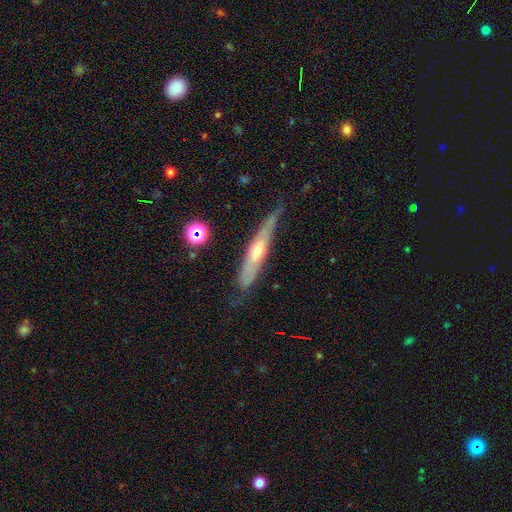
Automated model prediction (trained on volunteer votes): smooth-or-featured: featured or disk: 66% | smooth: 26% | star or artifact: 7%
  disk-edge-on: yes: 79% | no: 21%
    edge-on-bulge: rounded: 78% | none: 18% | boxy: 3%
  merging: none: 65% | minor disturbance: 26% | major disturbance: 6% | merger: 2%